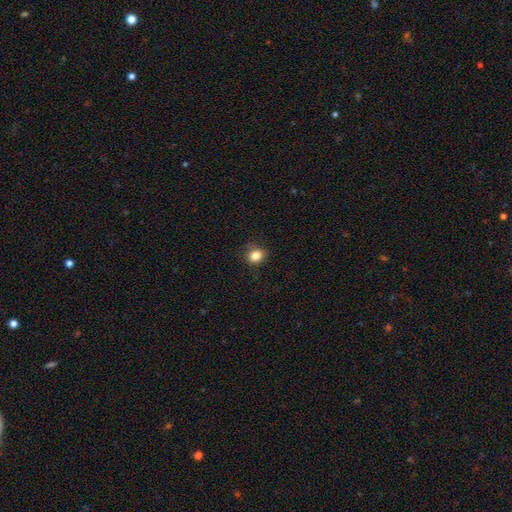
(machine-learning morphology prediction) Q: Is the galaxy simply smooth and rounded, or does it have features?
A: smooth — 84%.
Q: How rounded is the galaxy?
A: round — 64%.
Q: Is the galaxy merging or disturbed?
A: none — 83%.